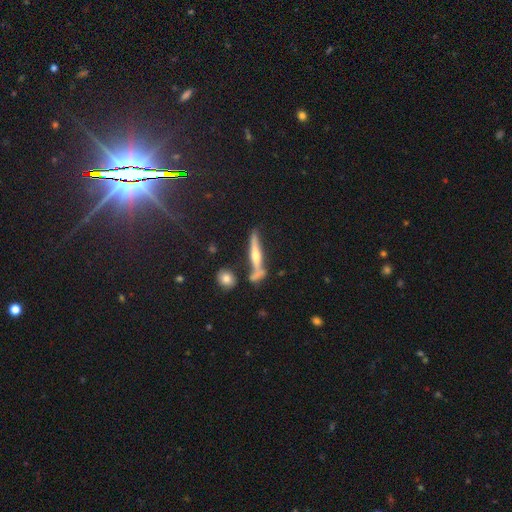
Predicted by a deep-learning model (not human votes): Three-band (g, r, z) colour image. It shows a featured or disk galaxy (66%) viewed edge-on (94%) with a rounded central bulge (85%). Merging: none (69%).